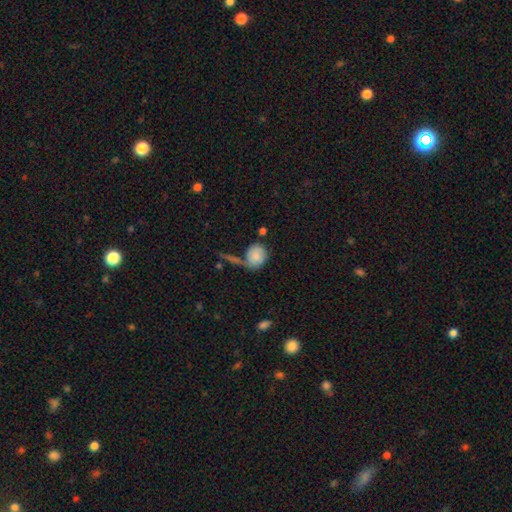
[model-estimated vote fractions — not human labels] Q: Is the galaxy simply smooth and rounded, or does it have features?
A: smooth — 69%.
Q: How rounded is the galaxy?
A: round — 64%.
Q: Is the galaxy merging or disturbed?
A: none — 45%.